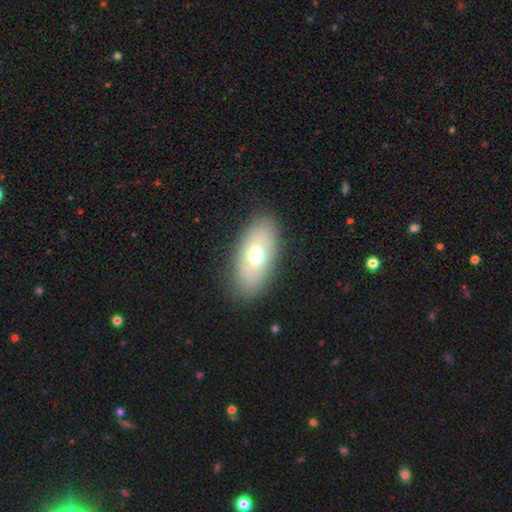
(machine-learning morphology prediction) Smooth or featured?
  - smooth: 63% *
  - featured or disk: 29%
  - star or artifact: 8%
How rounded?
  - in between: 91% *
  - round: 5%
  - cigar-shaped: 4%
Merging?
  - none: 85% *
  - minor disturbance: 11%
  - major disturbance: 3%
  - merger: 1%